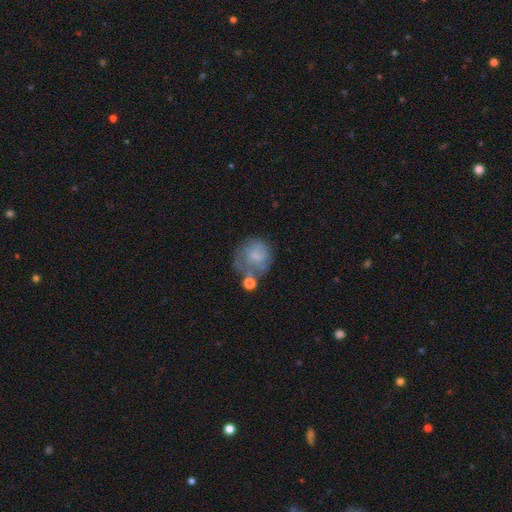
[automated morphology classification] type=smooth (56%); roundness=round (78%); merging=none (42%).